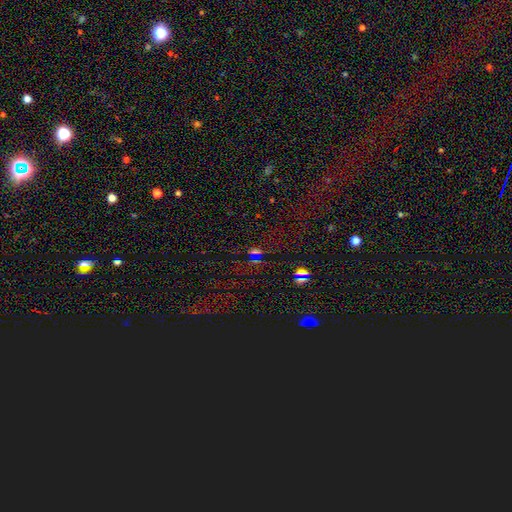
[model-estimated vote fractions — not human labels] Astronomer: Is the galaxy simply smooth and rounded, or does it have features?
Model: star or artifact — 64%.